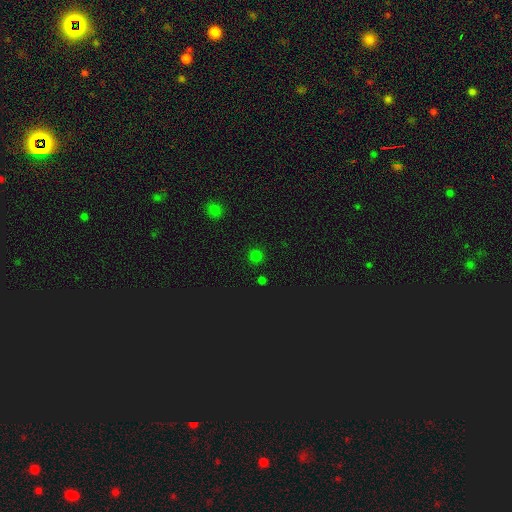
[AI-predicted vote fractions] A smooth galaxy with no disk features (72%) that is round (94%).

Vote fractions:
- Smooth or featured? smooth: 72% / star or artifact: 24% / featured or disk: 4%
- How rounded? round: 94% / in between: 5% / cigar-shaped: 1%
- Merging? none: 91% / minor disturbance: 5% / major disturbance: 2% / merger: 2%